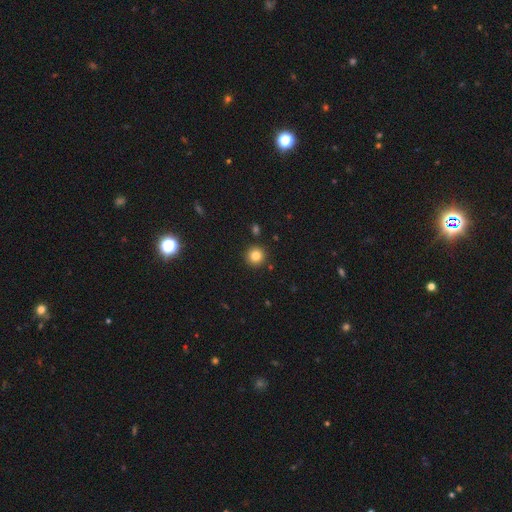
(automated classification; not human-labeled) smooth-or-featured: smooth: 82% | star or artifact: 12% | featured or disk: 6%
  how-rounded: round: 95% | in between: 4% | cigar-shaped: 1%
  merging: none: 91% | minor disturbance: 5% | merger: 2% | major disturbance: 2%